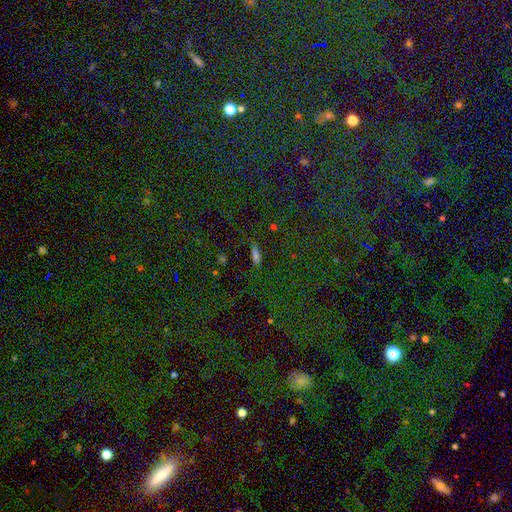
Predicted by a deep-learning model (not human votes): A smooth galaxy with no disk features (67%) that is cigar-shaped (48%).

Vote fractions:
- Smooth or featured? smooth: 67% / star or artifact: 24% / featured or disk: 10%
- How rounded? cigar-shaped: 48% / in between: 47% / round: 5%
- Merging? none: 74% / minor disturbance: 17% / major disturbance: 6% / merger: 3%